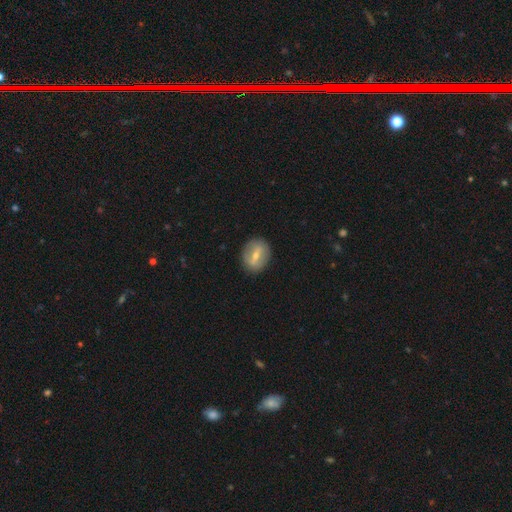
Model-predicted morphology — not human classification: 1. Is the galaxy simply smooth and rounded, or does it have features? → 50% featured or disk, 43% smooth, 7% star or artifact.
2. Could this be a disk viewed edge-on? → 89% no, 11% yes.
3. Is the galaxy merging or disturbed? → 86% none, 10% minor disturbance, 3% major disturbance, 1% merger.